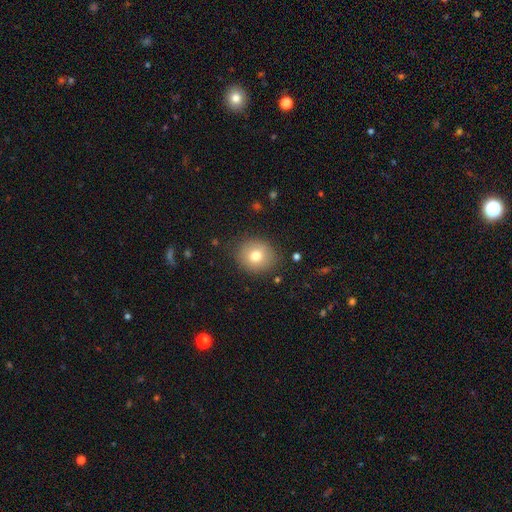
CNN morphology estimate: Smooth or featured? smooth (75%)
How rounded? round (79%)
Merging? none (86%)